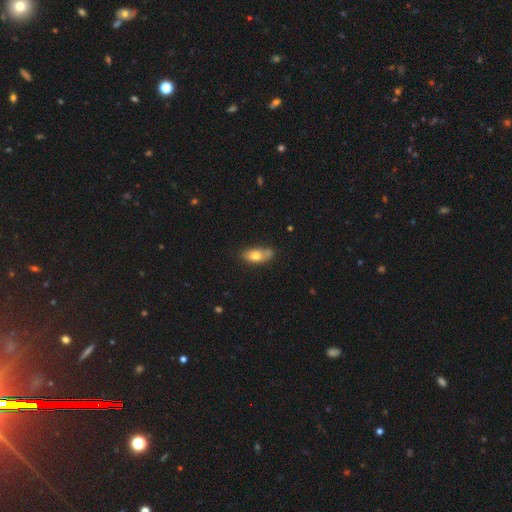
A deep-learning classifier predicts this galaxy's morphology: smooth 71%, featured or disk 21%, star or artifact 8%. Down the decision tree: how rounded — in between (83%); merging — none (52%).